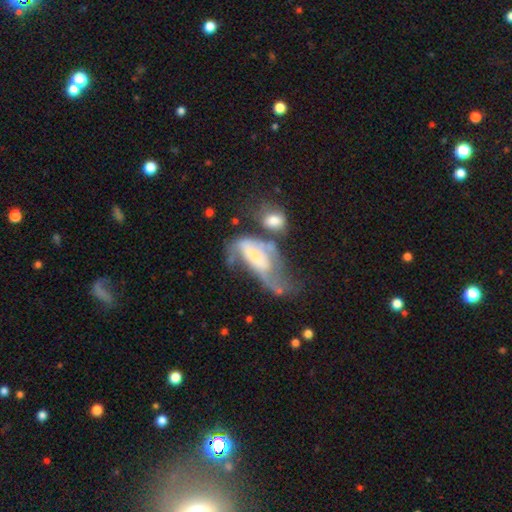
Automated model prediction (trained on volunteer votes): smooth_or_featured: featured or disk (p=0.59) [alt: smooth p=0.32]
disk_edge_on: no (p=0.91) [alt: yes p=0.09]
bar: no (p=0.58) [alt: weak p=0.28]
has_spiral_arms: yes (p=0.59) [alt: no p=0.41]
bulge_size: small (p=0.58) [alt: moderate p=0.27]
merging: merger (p=0.41) [alt: major disturbance p=0.37]